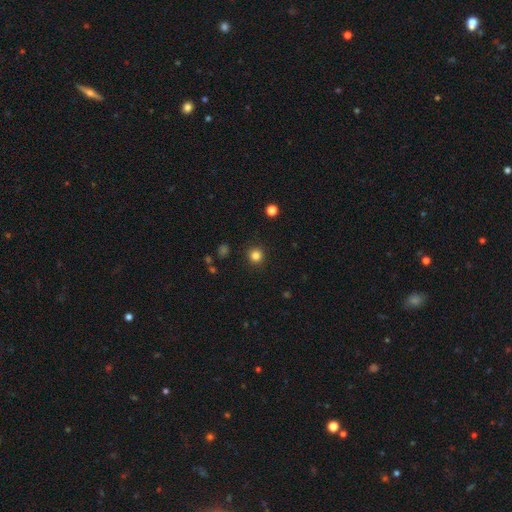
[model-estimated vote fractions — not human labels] Smooth or featured? Predicted: smooth (p=0.82). How rounded? Predicted: round (p=0.94). Merging? Predicted: none (p=0.92).